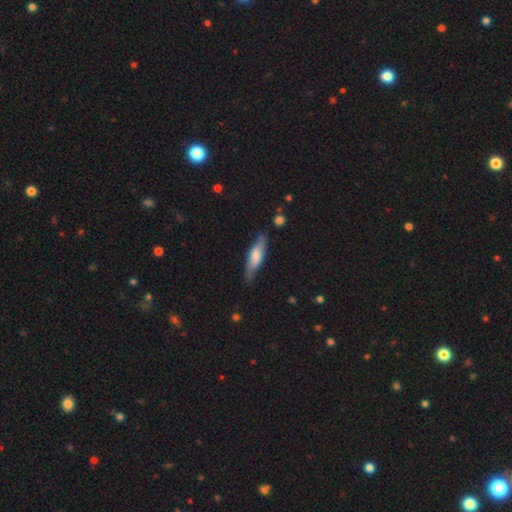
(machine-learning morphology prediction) A smooth galaxy with no disk features (53%) that is cigar-shaped (66%).

Vote fractions:
- Smooth or featured? smooth: 53% / featured or disk: 41% / star or artifact: 6%
- How rounded? cigar-shaped: 66% / in between: 32% / round: 2%
- Merging? none: 78% / minor disturbance: 17% / major disturbance: 3% / merger: 2%